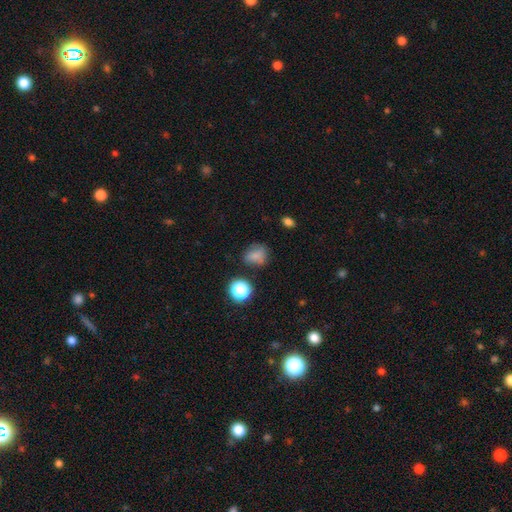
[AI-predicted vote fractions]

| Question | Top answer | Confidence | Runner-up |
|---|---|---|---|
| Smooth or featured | smooth | 72% | star or artifact (17%) |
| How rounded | round | 58% | in between (41%) |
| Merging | none | 57% | minor disturbance (26%) |